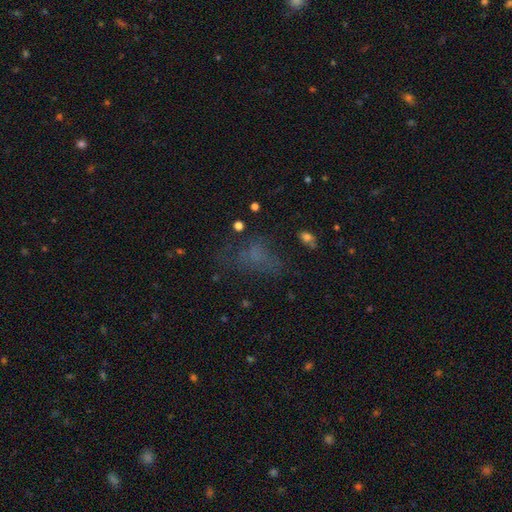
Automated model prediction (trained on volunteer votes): smooth_or_featured: smooth (p=0.49) [alt: star or artifact p=0.28]
merging: none (p=0.44) [alt: major disturbance p=0.31]